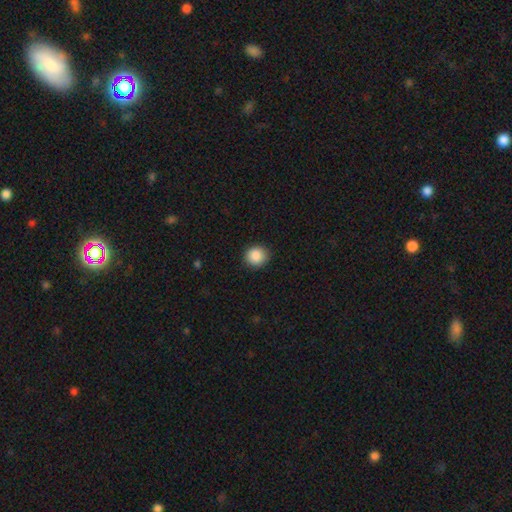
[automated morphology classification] smooth-or-featured: smooth: 88% | star or artifact: 8% | featured or disk: 3%
  how-rounded: round: 88% | in between: 11% | cigar-shaped: 1%
  merging: none: 88% | minor disturbance: 8% | major disturbance: 2% | merger: 1%